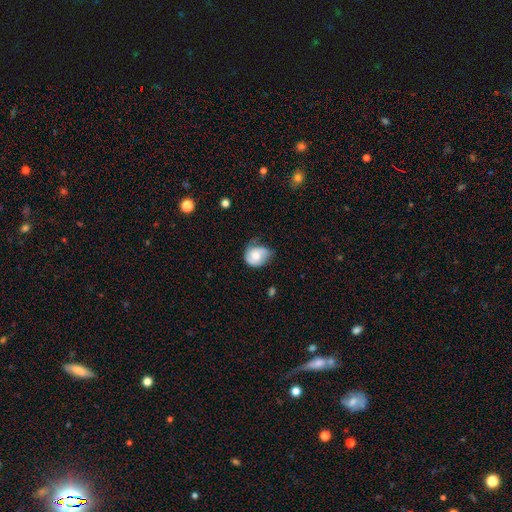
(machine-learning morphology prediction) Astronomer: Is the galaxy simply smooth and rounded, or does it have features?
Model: smooth — 62%.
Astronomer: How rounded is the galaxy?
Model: round — 61% (runner-up: in between, 38%).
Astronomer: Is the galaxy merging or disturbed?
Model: minor disturbance — 42% (runner-up: none, 40%).